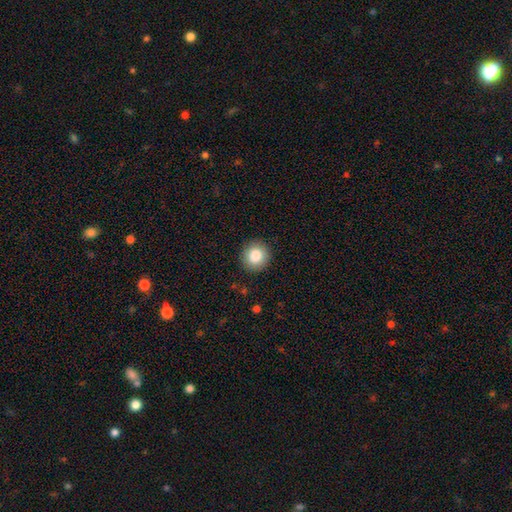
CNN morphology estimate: This appears to be a smooth galaxy with no disk features (84%) that is round (90%). Merging: none (91%).